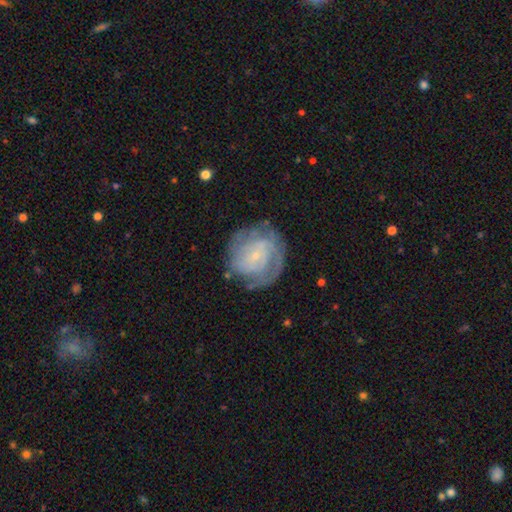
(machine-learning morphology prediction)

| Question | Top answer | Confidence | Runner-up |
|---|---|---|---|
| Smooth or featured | featured or disk | 77% | smooth (17%) |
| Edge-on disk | no | 97% | yes (3%) |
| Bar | no | 63% | weak (30%) |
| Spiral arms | yes | 90% | no (10%) |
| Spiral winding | tight | 61% | medium (30%) |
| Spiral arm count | can't tell | 39% | 2 (27%) |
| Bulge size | small | 82% | moderate (10%) |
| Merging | none | 70% | minor disturbance (18%) |